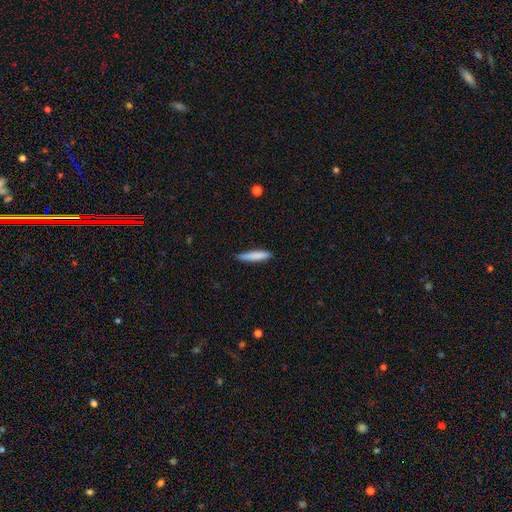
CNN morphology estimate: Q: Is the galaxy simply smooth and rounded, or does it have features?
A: smooth — 81%.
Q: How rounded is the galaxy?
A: cigar-shaped — 89%.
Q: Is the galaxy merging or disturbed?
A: none — 79%.